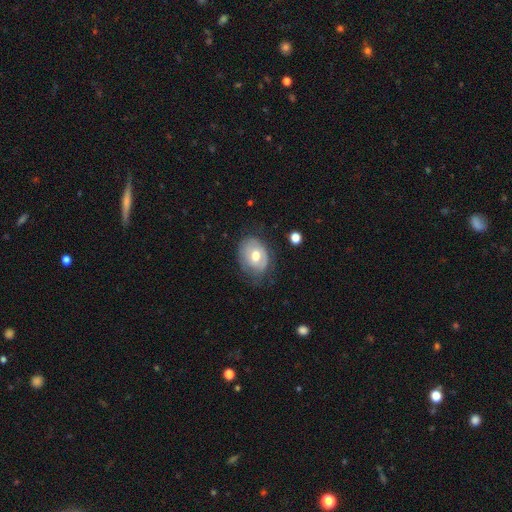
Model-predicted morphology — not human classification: A smooth galaxy with no disk features (48%). Merging: none (59%).